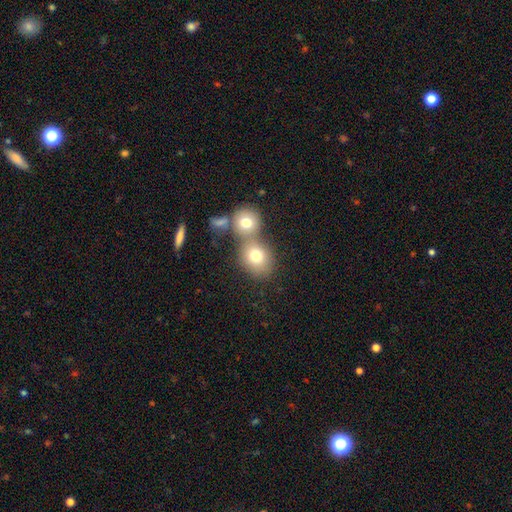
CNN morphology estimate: Smooth or featured?
  - smooth: 75% *
  - featured or disk: 14%
  - star or artifact: 11%
How rounded?
  - round: 69% *
  - in between: 30%
  - cigar-shaped: 1%
Merging?
  - merger: 48% *
  - none: 39%
  - minor disturbance: 8%
  - major disturbance: 4%